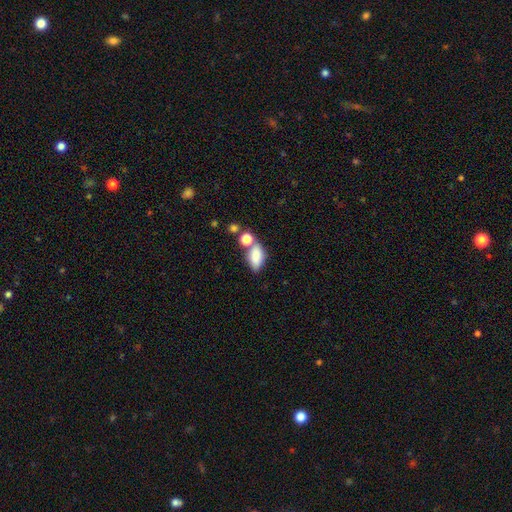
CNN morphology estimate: Q: Smooth or featured?
A: smooth (82%); runner-up: star or artifact (9%)
Q: How rounded?
A: in between (88%); runner-up: round (8%)
Q: Merging?
A: none (49%); runner-up: merger (28%)